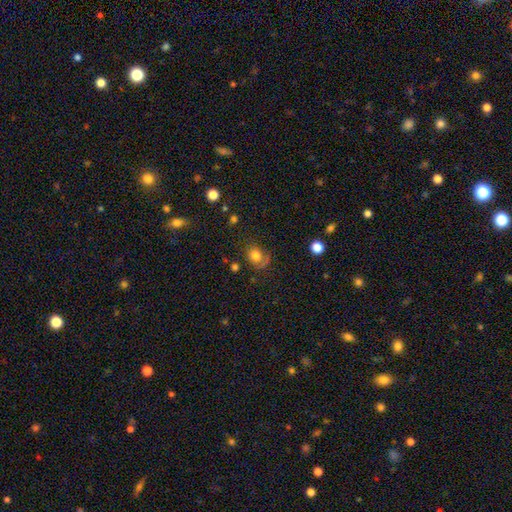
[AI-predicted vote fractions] A smooth galaxy with no disk features (77%) that is round (60%). Merging: none (61%).